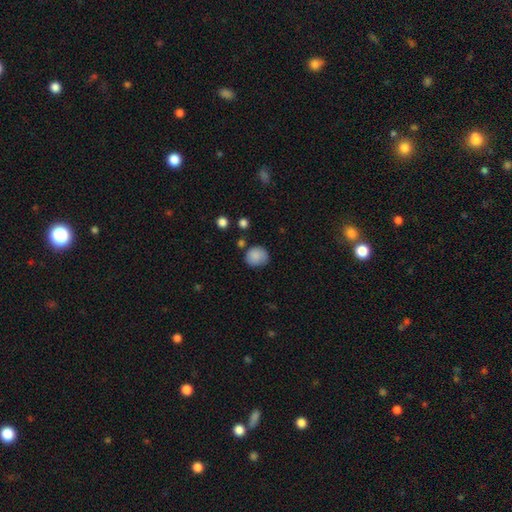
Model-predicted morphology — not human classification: The model was most divided on "merging": none: 70%, minor disturbance: 21%, major disturbance: 5%, merger: 4%. More confident: smooth or featured — smooth (86%); how rounded — round (75%).